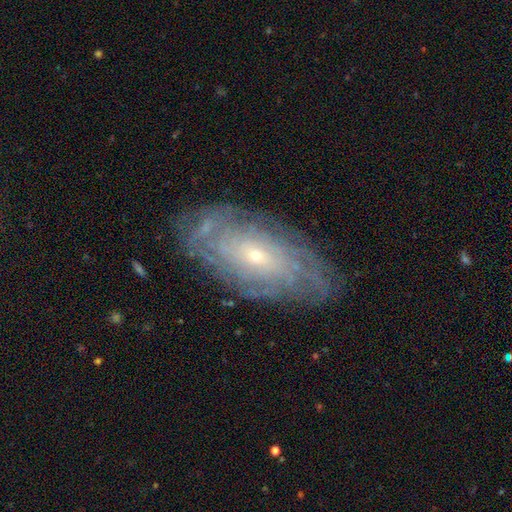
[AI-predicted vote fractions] Q: Smooth or featured?
A: featured or disk (77%); runner-up: smooth (15%)
Q: Edge-on disk?
A: no (90%); runner-up: yes (10%)
Q: Bar?
A: no (75%); runner-up: weak (20%)
Q: Spiral arms?
A: yes (87%); runner-up: no (13%)
Q: Spiral winding?
A: tight (78%); runner-up: medium (17%)
Q: Spiral arm count?
A: can't tell (58%); runner-up: more than 4 (14%)
Q: Bulge size?
A: small (75%); runner-up: moderate (21%)
Q: Merging?
A: none (80%); runner-up: minor disturbance (14%)